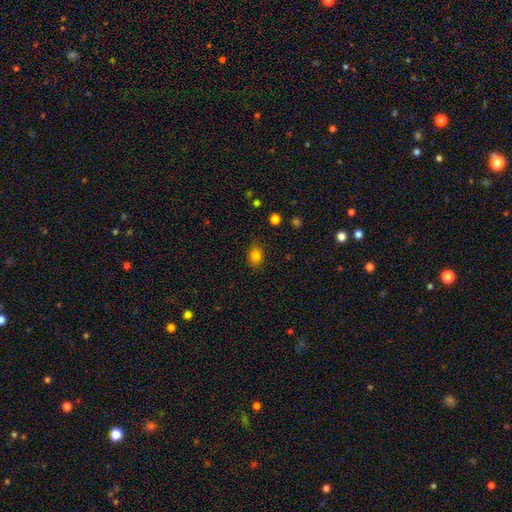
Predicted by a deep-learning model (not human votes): Smooth or featured? smooth (82%)
How rounded? in between (66%)
Merging? none (82%)